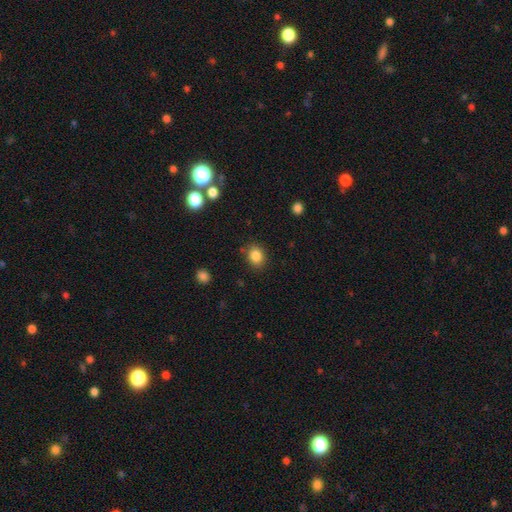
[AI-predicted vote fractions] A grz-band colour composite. It shows a smooth galaxy with no disk features (85%) that is round (56%). Merging: none (84%).